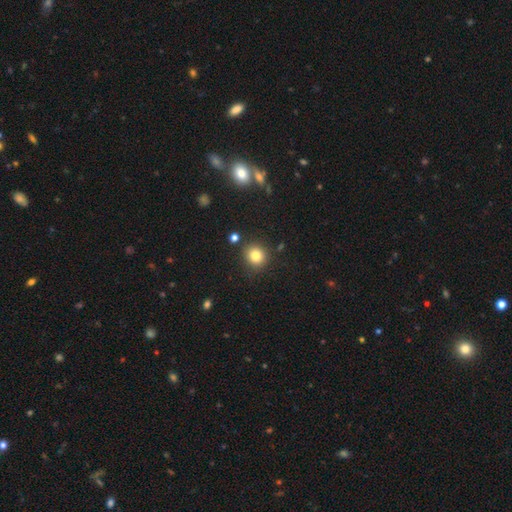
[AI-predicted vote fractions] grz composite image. It shows a smooth galaxy with no disk features (81%) that is round (84%). Merging: none (85%).